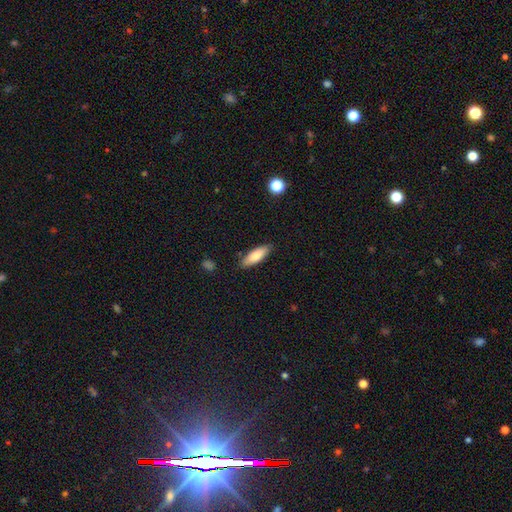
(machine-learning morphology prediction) This appears to be a smooth galaxy with no disk features (80%) that is in between round and cigar-shaped (59%). Merging: none (83%).